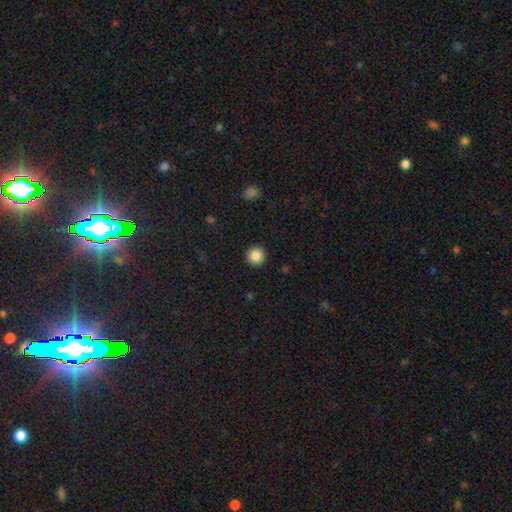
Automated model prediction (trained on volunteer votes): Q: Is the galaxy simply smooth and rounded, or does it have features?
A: smooth — 86%.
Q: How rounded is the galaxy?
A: round — 96%.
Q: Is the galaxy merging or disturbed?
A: none — 93%.